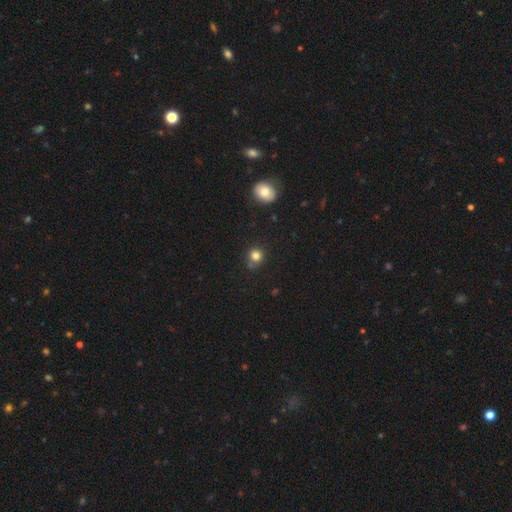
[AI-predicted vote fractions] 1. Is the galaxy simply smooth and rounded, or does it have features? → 81% smooth, 13% star or artifact, 6% featured or disk.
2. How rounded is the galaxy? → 87% round, 12% in between, 1% cigar-shaped.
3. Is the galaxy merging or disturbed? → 74% none, 15% minor disturbance, 8% merger, 4% major disturbance.